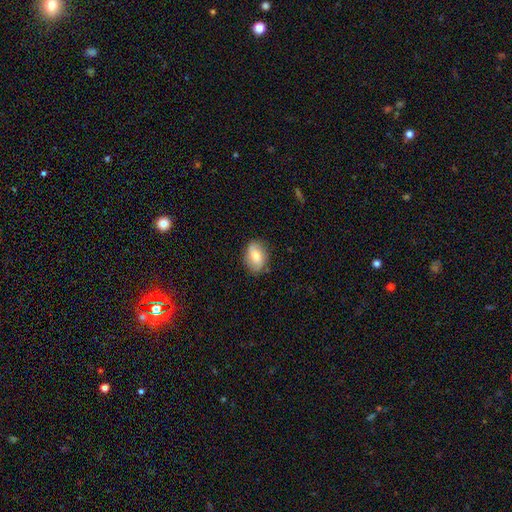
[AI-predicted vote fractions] A smooth galaxy with no disk features (70%) that is in between round and cigar-shaped (76%). Merging: none (80%).